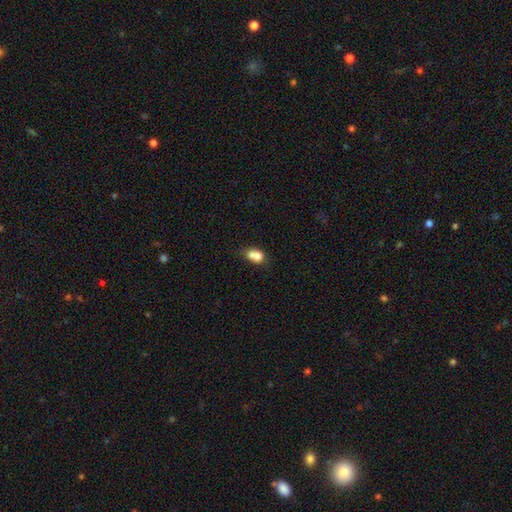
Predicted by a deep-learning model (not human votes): Smooth or featured?
  - smooth: 75% *
  - featured or disk: 14%
  - star or artifact: 10%
How rounded?
  - in between: 63% *
  - round: 35%
  - cigar-shaped: 2%
Merging?
  - merger: 48% *
  - none: 31%
  - minor disturbance: 15%
  - major disturbance: 6%